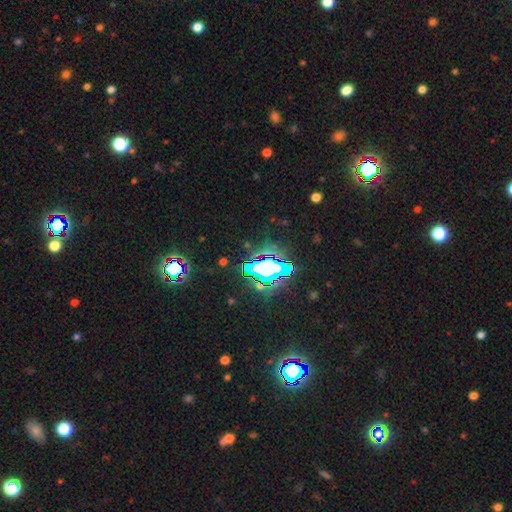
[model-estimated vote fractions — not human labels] Smooth or featured? star or artifact (83%)